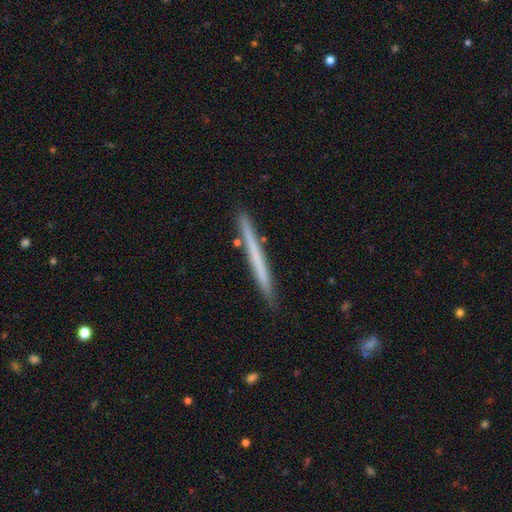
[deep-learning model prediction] Smooth or featured?
  - smooth: 51% *
  - featured or disk: 44%
  - star or artifact: 5%
How rounded?
  - cigar-shaped: 97% *
  - in between: 1%
  - round: 1%
Merging?
  - none: 89% *
  - minor disturbance: 8%
  - merger: 2%
  - major disturbance: 1%